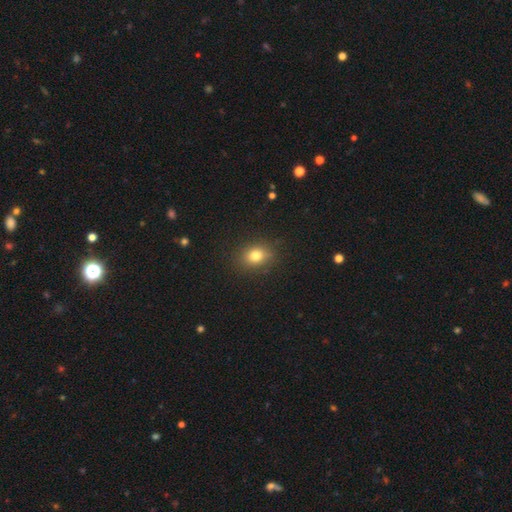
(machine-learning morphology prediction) Smooth or featured: smooth — 79% (star or artifact — 13%)
How rounded: round — 49% (tied with in between — 49%)
Merging: none — 84% (minor disturbance — 12%)